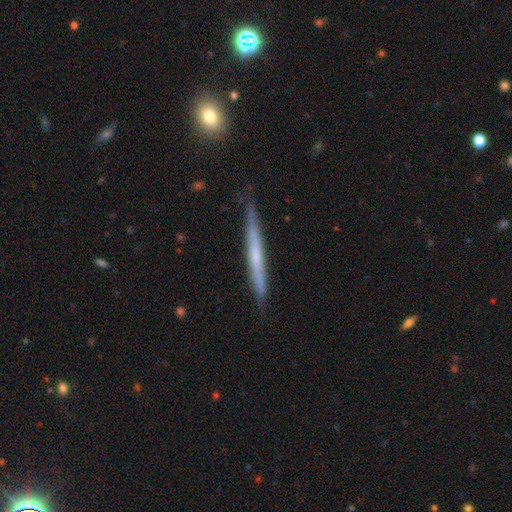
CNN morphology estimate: The model was most divided on "smooth or featured": featured or disk: 52%, smooth: 43%, star or artifact: 6%. More confident: edge-on disk — yes (96%); merging — none (84%).